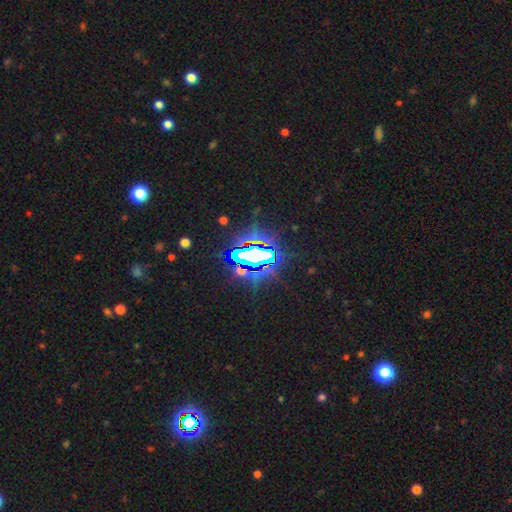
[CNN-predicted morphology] star or artifact 75%, featured or disk 13%, smooth 11%.